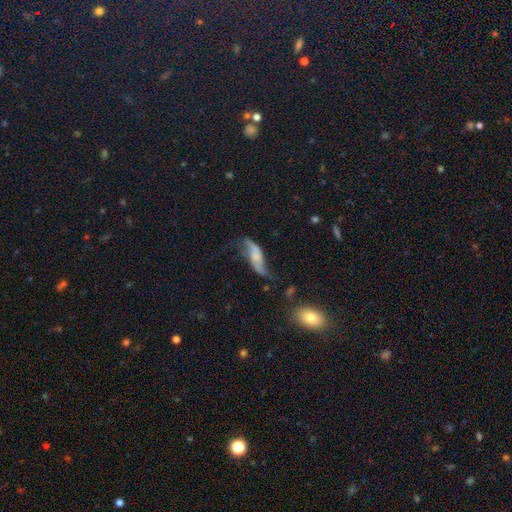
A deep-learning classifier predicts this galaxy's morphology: This appears to be a featured or disk galaxy (66%) with no bar (57%), spiral arms (84%) and no central bulge (40%). Merging: none (45%).